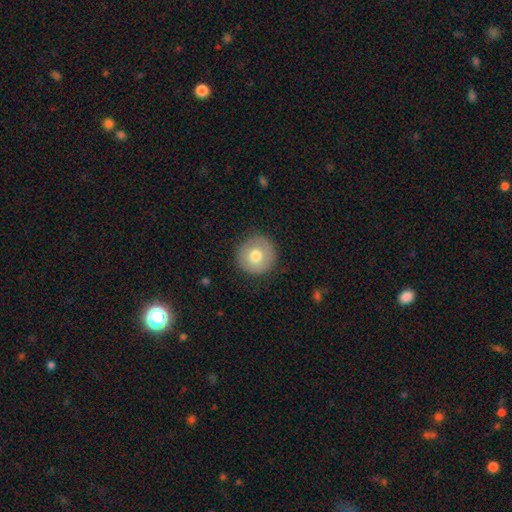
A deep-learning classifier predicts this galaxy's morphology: Overall: smooth (71%). How rounded: round (96%). Merging: none (88%).